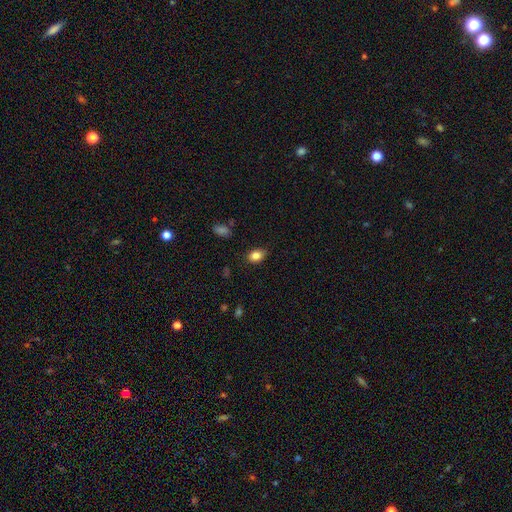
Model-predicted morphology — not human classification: A smooth galaxy with no disk features (84%) that is in between round and cigar-shaped (79%).

Vote fractions:
- Smooth or featured? smooth: 84% / star or artifact: 9% / featured or disk: 7%
- How rounded? in between: 79% / round: 20% / cigar-shaped: 1%
- Merging? none: 83% / minor disturbance: 13% / major disturbance: 3% / merger: 1%